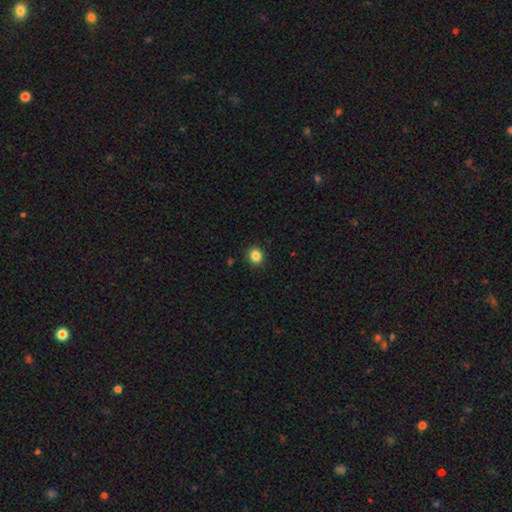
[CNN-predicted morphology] Overall: smooth (86%). How rounded: round (78%). Merging: none (91%).